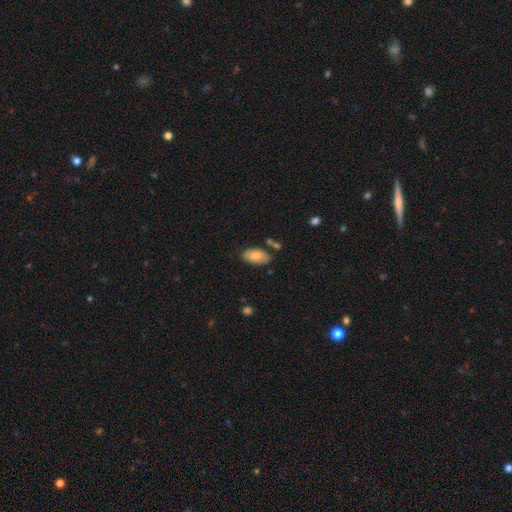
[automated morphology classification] smooth-or-featured: smooth: 79% | featured or disk: 15% | star or artifact: 6%
  how-rounded: in between: 94% | round: 3% | cigar-shaped: 2%
  merging: none: 72% | minor disturbance: 18% | merger: 6% | major disturbance: 4%